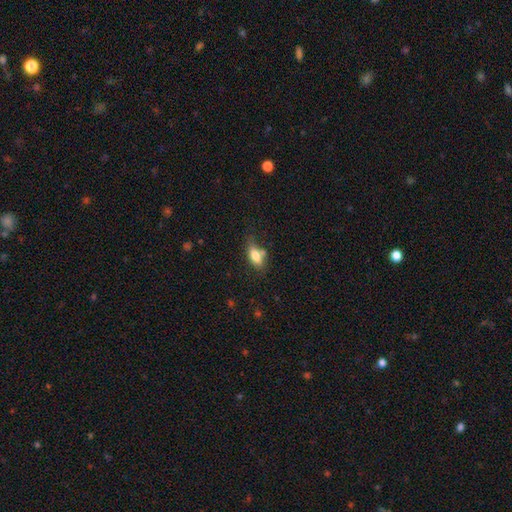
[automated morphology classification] A smooth galaxy with no disk features (76%) that is in between round and cigar-shaped (81%). Merging: none (55%).